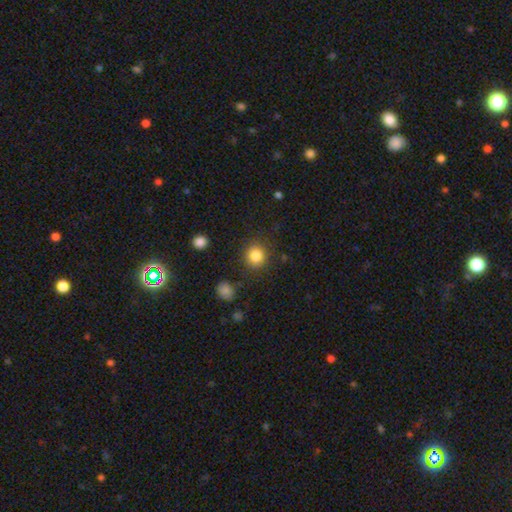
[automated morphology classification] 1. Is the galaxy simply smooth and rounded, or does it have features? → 84% smooth, 11% star or artifact, 6% featured or disk.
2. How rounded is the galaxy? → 89% round, 10% in between, 1% cigar-shaped.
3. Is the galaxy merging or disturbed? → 87% none, 8% minor disturbance, 3% major disturbance, 2% merger.